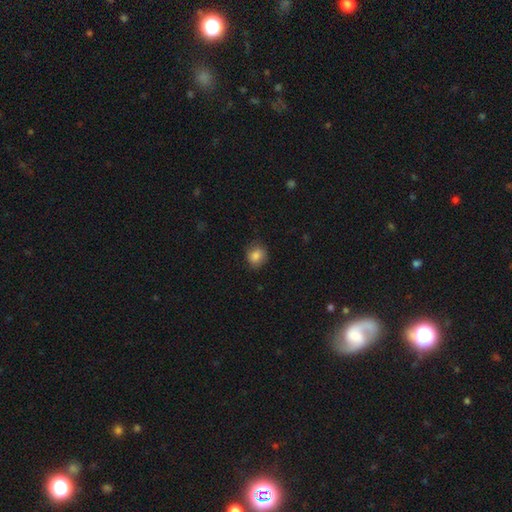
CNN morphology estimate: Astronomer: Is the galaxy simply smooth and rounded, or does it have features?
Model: smooth — 84%.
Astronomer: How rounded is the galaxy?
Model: round — 74%.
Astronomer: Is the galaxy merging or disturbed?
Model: none — 79%.